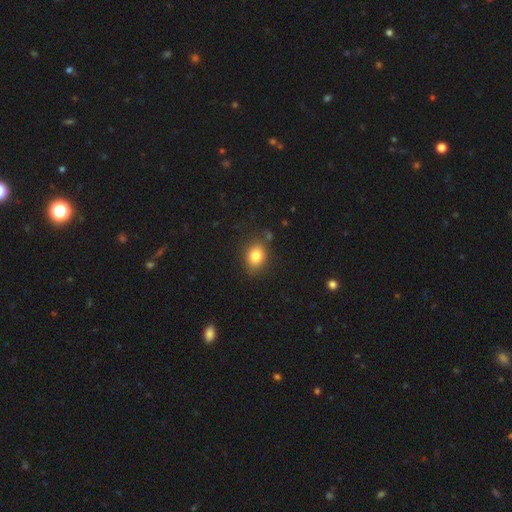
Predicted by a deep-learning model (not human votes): Morphology: type=smooth (82%); roundness=in between (59%); merging=none (80%).